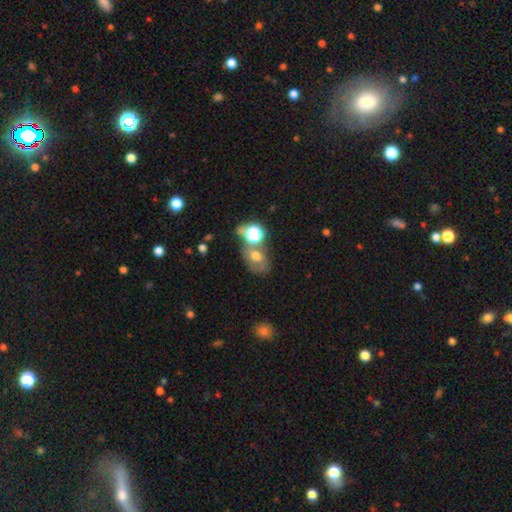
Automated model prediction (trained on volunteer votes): Morphology: type=smooth (56%); roundness=in between (63%); merging=none (45%).